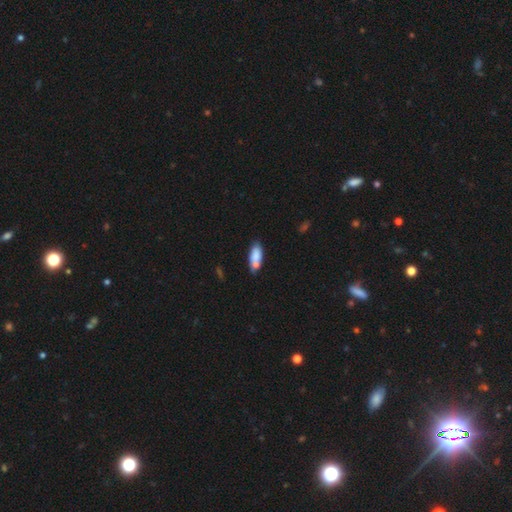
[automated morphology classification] A smooth galaxy with no disk features (77%) that is in between round and cigar-shaped (75%).

Vote fractions:
- Smooth or featured? smooth: 77% / featured or disk: 16% / star or artifact: 7%
- How rounded? in between: 75% / cigar-shaped: 23% / round: 2%
- Merging? none: 54% / merger: 22% / minor disturbance: 19% / major disturbance: 5%